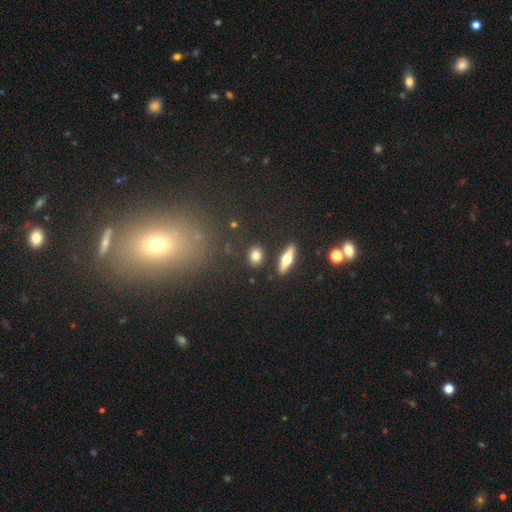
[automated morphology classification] Smooth or featured? smooth (75%)
How rounded? in between (51%)
Merging? none (85%)